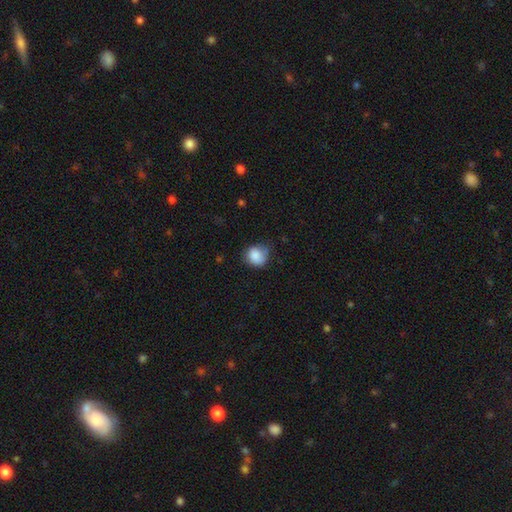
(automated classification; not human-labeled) smooth_or_featured: smooth (p=0.84) [alt: star or artifact p=0.08]
how_rounded: round (p=0.77) [alt: in between p=0.22]
merging: none (p=0.55) [alt: minor disturbance p=0.33]